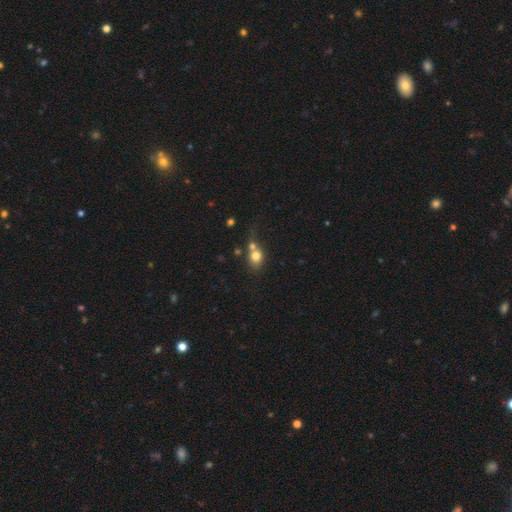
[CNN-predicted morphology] Overall: smooth (76%). How rounded: round (65%; in between 34%). Merging: merger (48%; none 35%).